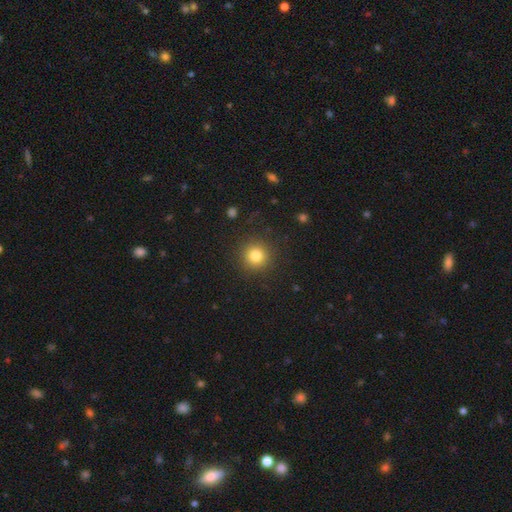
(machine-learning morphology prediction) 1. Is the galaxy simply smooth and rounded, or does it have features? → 81% smooth, 12% star or artifact, 7% featured or disk.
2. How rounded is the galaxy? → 95% round, 5% in between, 1% cigar-shaped.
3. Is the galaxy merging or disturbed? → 90% none, 6% minor disturbance, 3% major disturbance, 1% merger.